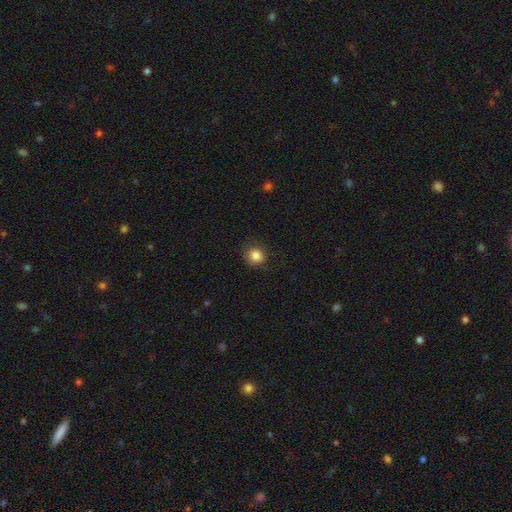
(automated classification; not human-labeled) A smooth galaxy with no disk features (83%) that is round (87%). Merging: none (86%).